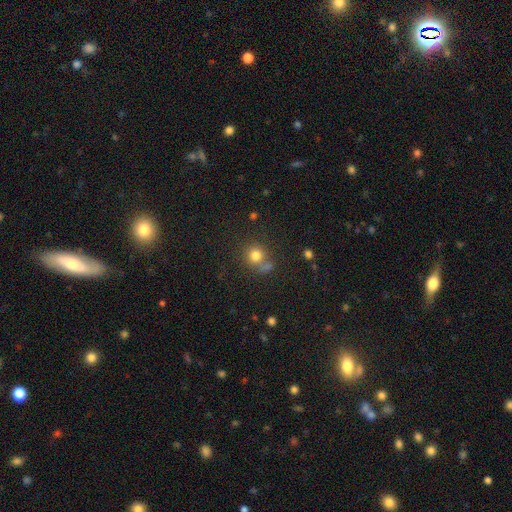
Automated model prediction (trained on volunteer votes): Smooth or featured? smooth (78%)
How rounded? round (89%)
Merging? none (62%)